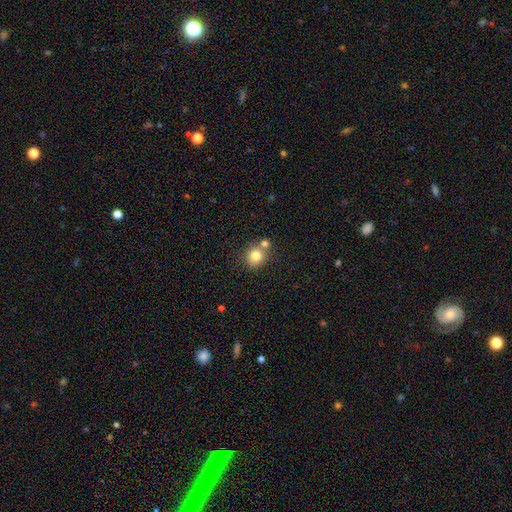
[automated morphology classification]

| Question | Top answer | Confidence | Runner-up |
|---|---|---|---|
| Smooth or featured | smooth | 80% | star or artifact (11%) |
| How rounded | round | 84% | in between (15%) |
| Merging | none | 61% | merger (27%) |